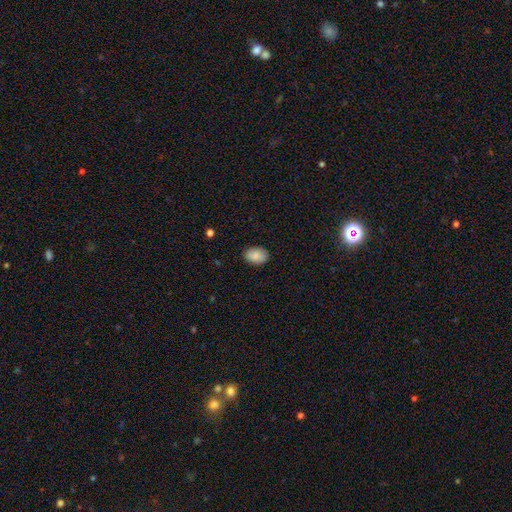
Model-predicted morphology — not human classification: Smooth or featured? smooth (89%)
How rounded? in between (85%)
Merging? none (88%)